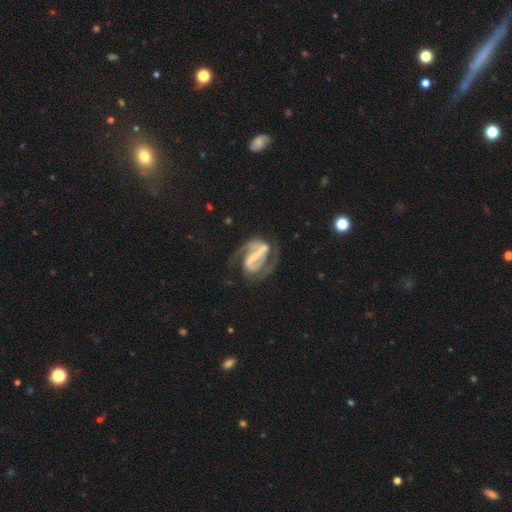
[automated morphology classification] Smooth or featured?
  - featured or disk: 89% *
  - smooth: 6%
  - star or artifact: 5%
Edge-on disk?
  - no: 97% *
  - yes: 3%
Bar?
  - strong: 77% *
  - weak: 17%
  - no: 5%
Spiral arms?
  - yes: 94% *
  - no: 6%
Spiral winding?
  - medium: 51% *
  - tight: 31%
  - loose: 18%
Spiral arm count?
  - 2: 91% *
  - can't tell: 3%
  - 1: 3%
  - 3: 1%
  - 4: 1%
  - more than 4: 1%
Bulge size?
  - small: 47% *
  - none: 29%
  - moderate: 19%
  - large: 4%
  - dominant: 1%
Merging?
  - none: 66% *
  - minor disturbance: 16%
  - major disturbance: 15%
  - merger: 3%